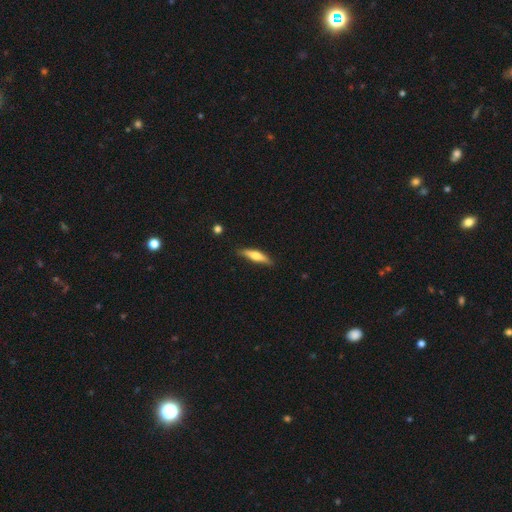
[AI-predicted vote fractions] Smooth or featured?
  - smooth: 55% *
  - featured or disk: 39%
  - star or artifact: 6%
How rounded?
  - cigar-shaped: 77% *
  - in between: 21%
  - round: 2%
Merging?
  - none: 83% *
  - minor disturbance: 13%
  - major disturbance: 2%
  - merger: 1%